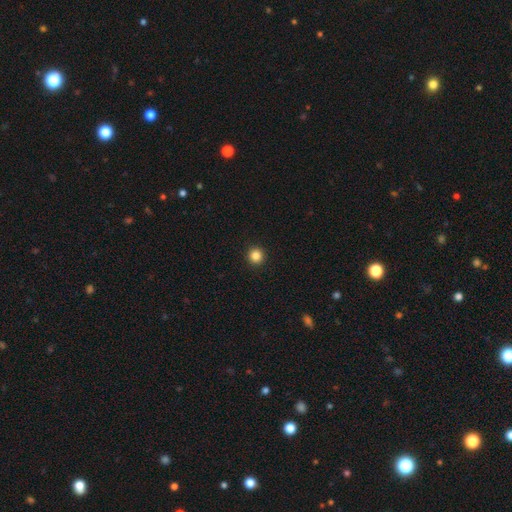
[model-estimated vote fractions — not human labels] The model was most divided on "smooth or featured": smooth: 85%, star or artifact: 11%, featured or disk: 4%. More confident: how rounded — round (96%); merging — none (94%).